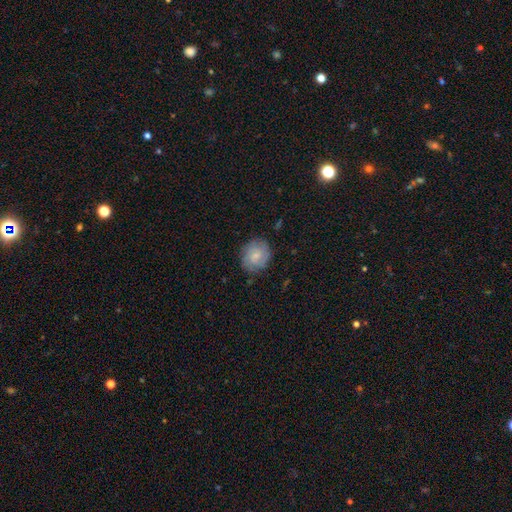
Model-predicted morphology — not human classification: type=smooth (55%); roundness=round (68%); merging=none (78%).